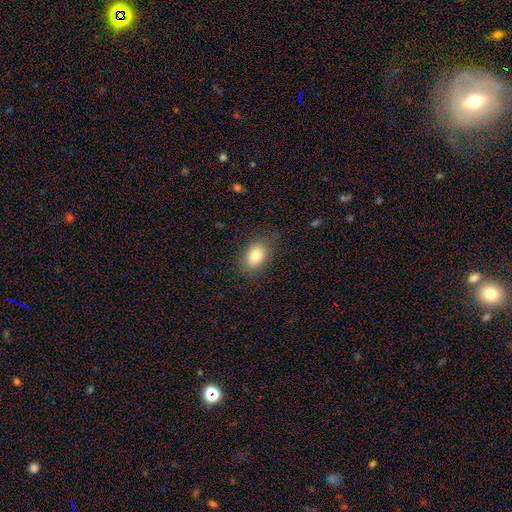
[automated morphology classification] A smooth galaxy with no disk features (84%) that is in between round and cigar-shaped (85%).

Vote fractions:
- Smooth or featured? smooth: 84% / star or artifact: 8% / featured or disk: 8%
- How rounded? in between: 85% / round: 14% / cigar-shaped: 2%
- Merging? none: 81% / minor disturbance: 14% / major disturbance: 4% / merger: 1%